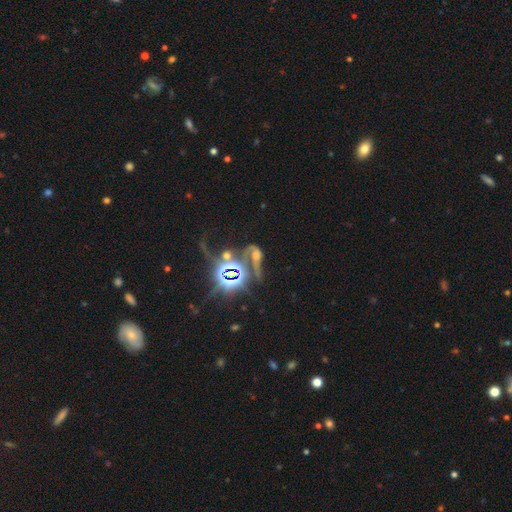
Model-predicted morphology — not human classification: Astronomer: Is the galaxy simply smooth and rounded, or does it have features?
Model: star or artifact — 54% (runner-up: featured or disk, 29%).